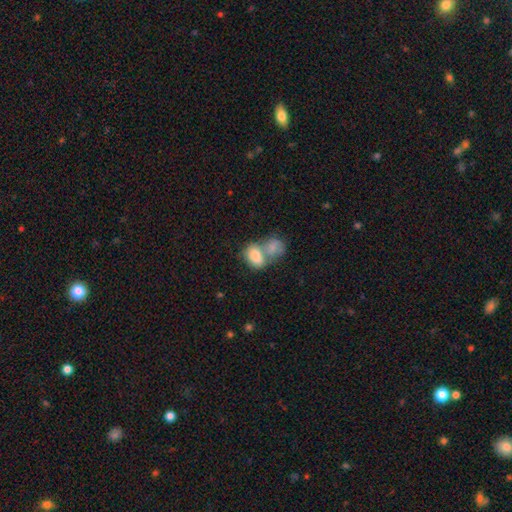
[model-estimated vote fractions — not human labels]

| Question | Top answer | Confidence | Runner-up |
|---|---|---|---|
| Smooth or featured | smooth | 80% | featured or disk (13%) |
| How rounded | in between | 80% | round (18%) |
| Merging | merger | 64% | none (23%) |